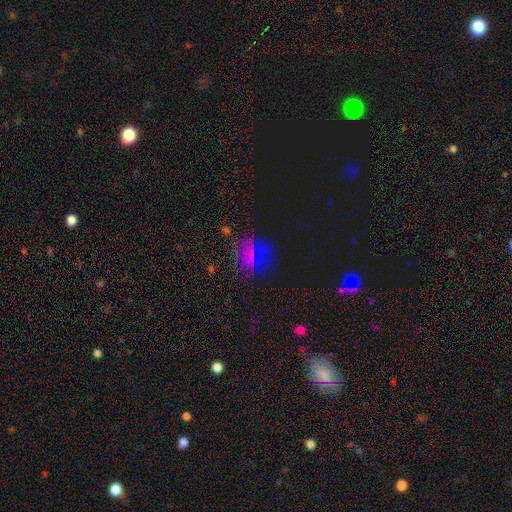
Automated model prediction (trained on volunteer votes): The model was most divided on "smooth or featured": smooth: 45%, star or artifact: 39%, featured or disk: 17%. More confident: merging — none (70%).